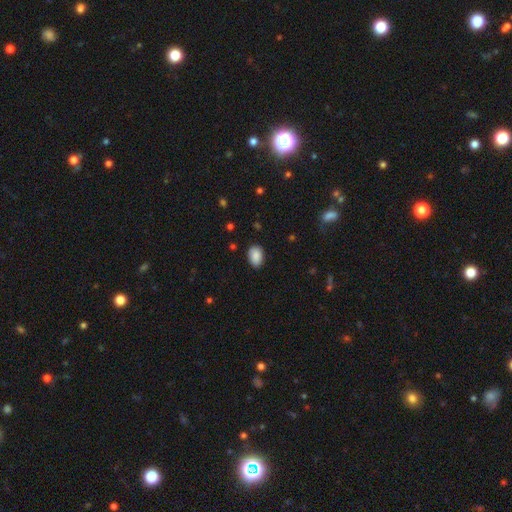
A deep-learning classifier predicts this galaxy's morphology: smooth 88%, star or artifact 7%, featured or disk 5%. Down the decision tree: how rounded — in between (86%); merging — none (83%).